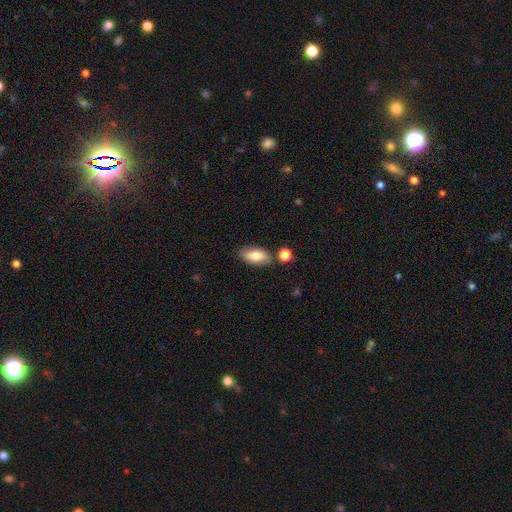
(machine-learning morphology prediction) This is clearly a smooth galaxy (81%). How rounded: clearly in between (88%). Merging: likely none (79%).